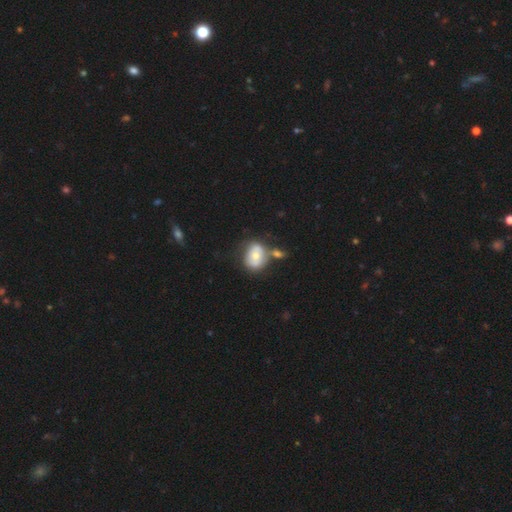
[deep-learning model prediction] Smooth or featured? Predicted: smooth (p=0.60). How rounded? Predicted: in between (p=0.57). Merging? Predicted: none (p=0.40).